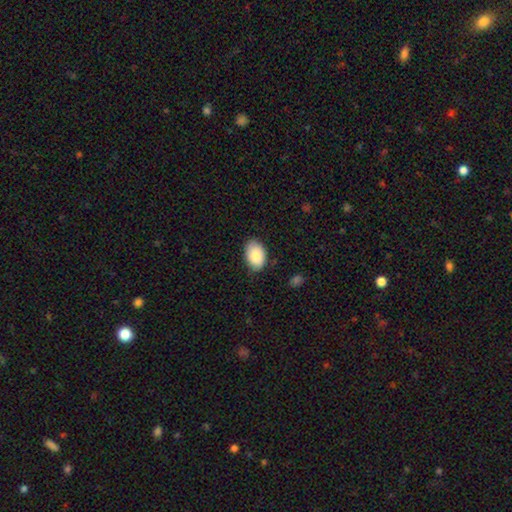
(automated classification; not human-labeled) Q: Smooth or featured?
A: smooth (86%); runner-up: featured or disk (8%)
Q: How rounded?
A: in between (88%); runner-up: round (11%)
Q: Merging?
A: none (81%); runner-up: minor disturbance (15%)